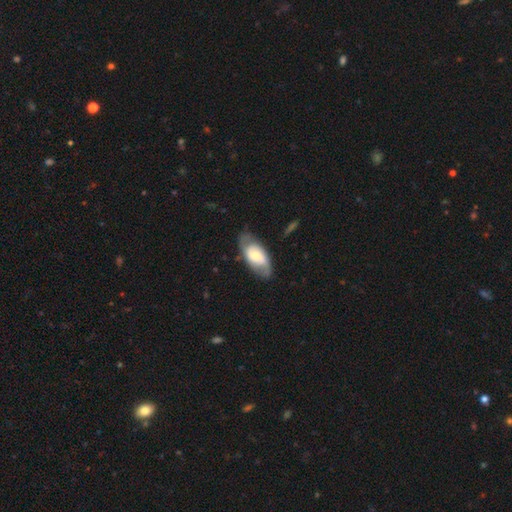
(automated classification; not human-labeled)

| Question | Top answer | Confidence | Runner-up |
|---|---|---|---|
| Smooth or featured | featured or disk | 53% | smooth (41%) |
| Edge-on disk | no | 90% | yes (10%) |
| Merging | none | 71% | minor disturbance (19%) |